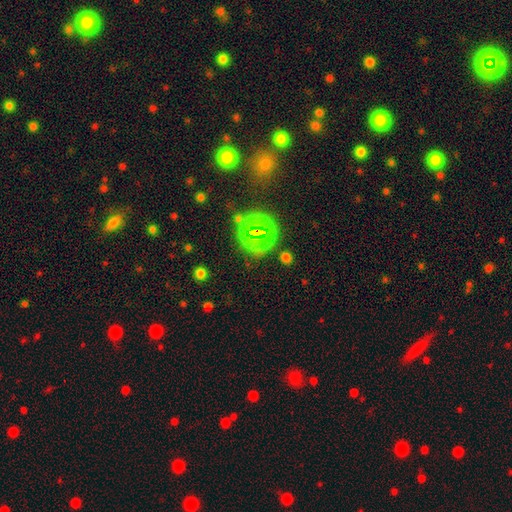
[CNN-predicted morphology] A star or artifact, not a galaxy (70%).